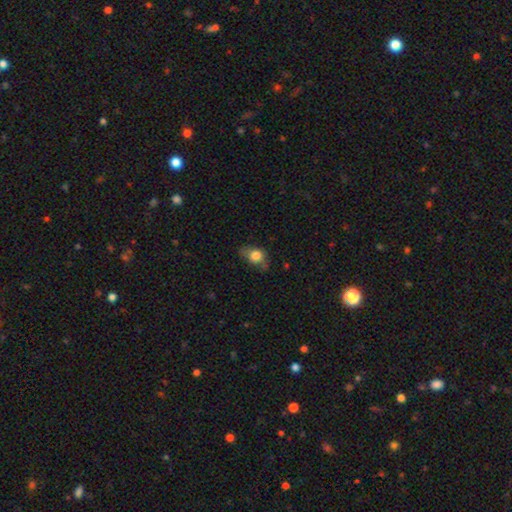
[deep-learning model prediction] The model was most divided on "merging": none: 49%, minor disturbance: 36%, major disturbance: 12%, merger: 3%. More confident: smooth or featured — smooth (79%); how rounded — in between (57%).